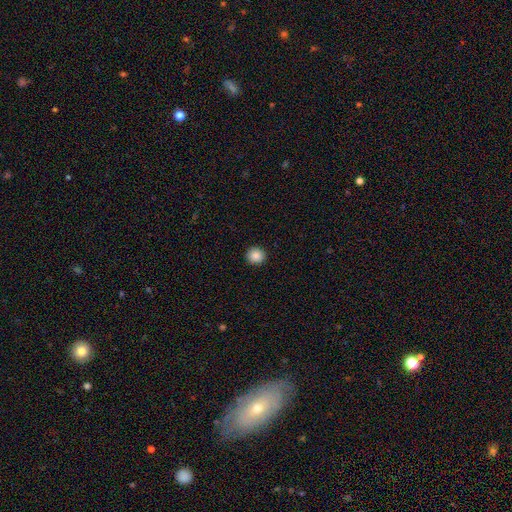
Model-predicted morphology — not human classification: This is clearly a smooth galaxy (87%). How rounded: clearly round (91%). Merging: clearly none (92%).